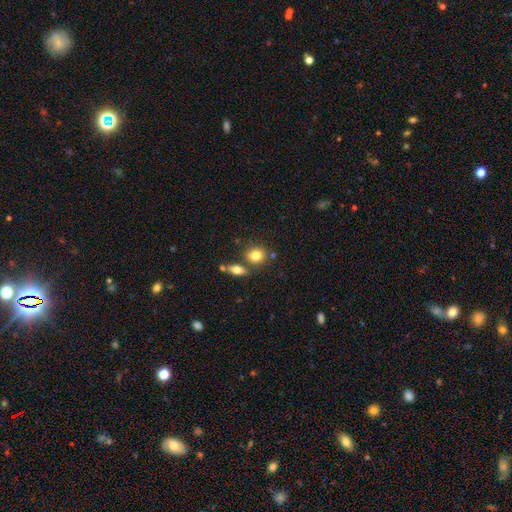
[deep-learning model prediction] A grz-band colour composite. It shows a smooth galaxy with no disk features (80%) that is round (63%). Merging: none (65%).